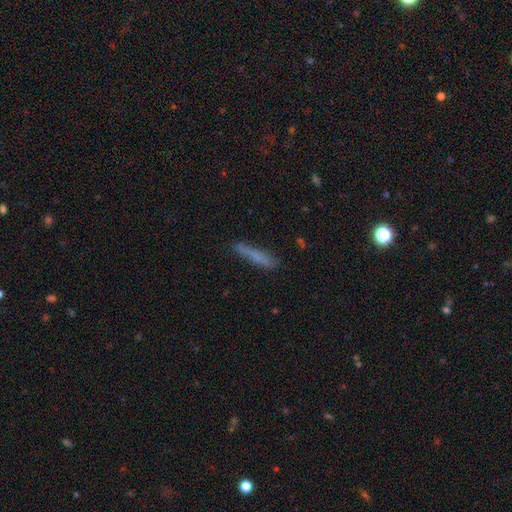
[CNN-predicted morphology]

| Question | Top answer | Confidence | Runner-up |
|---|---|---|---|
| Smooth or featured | smooth | 70% | featured or disk (22%) |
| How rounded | cigar-shaped | 93% | in between (6%) |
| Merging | none | 79% | minor disturbance (16%) |